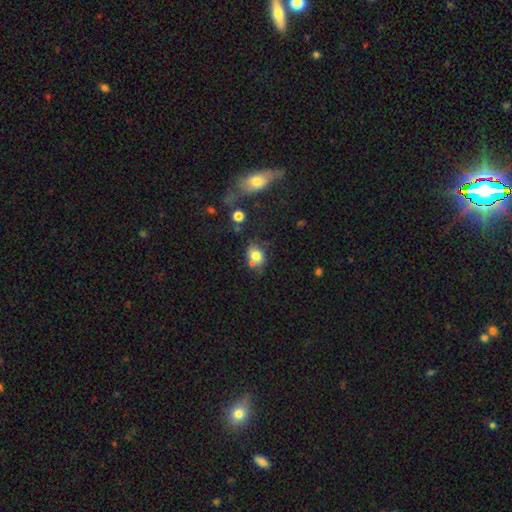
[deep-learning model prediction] smooth 76%, featured or disk 13%, star or artifact 11%. Down the decision tree: how rounded — in between (59%); merging — none (56%).